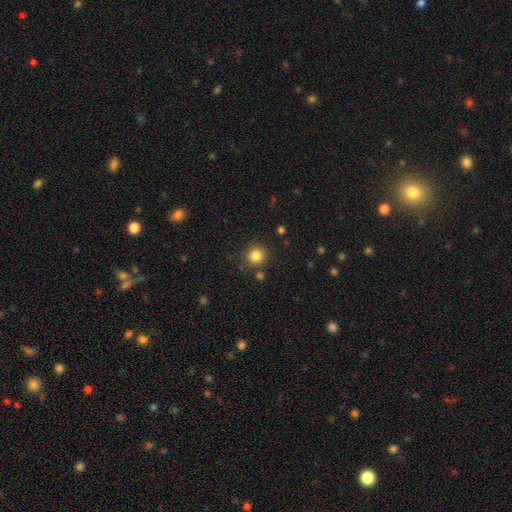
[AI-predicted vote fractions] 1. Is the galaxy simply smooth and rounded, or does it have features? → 84% smooth, 12% star or artifact, 5% featured or disk.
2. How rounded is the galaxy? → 94% round, 6% in between, 1% cigar-shaped.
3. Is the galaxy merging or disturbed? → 85% none, 8% minor disturbance, 4% merger, 3% major disturbance.